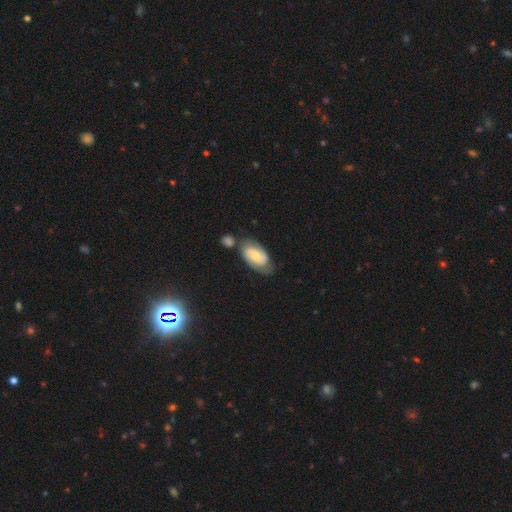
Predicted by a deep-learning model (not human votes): This is possibly a featured or disk galaxy (54%). It is clearly not viewed edge-on (94%). Bar: possibly no (55%). Spiral arm pattern: clearly yes (86%). Central bulge: possibly small (47%). Merging: possibly none (54%).